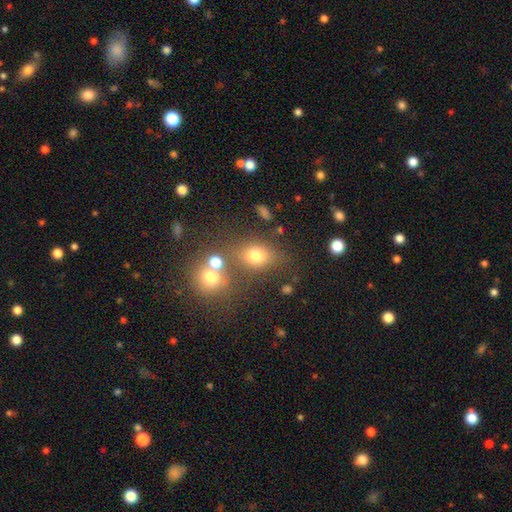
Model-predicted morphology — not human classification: Smooth or featured?
  - smooth: 72% *
  - star or artifact: 17%
  - featured or disk: 10%
How rounded?
  - round: 49% * (tied)
  - in between: 49% * (tied)
  - cigar-shaped: 2%
Merging?
  - none: 61% *
  - merger: 20%
  - minor disturbance: 13%
  - major disturbance: 7%